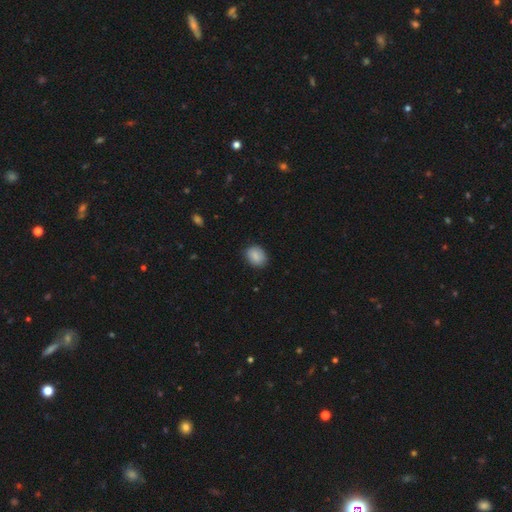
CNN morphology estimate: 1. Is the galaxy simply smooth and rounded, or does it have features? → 86% smooth, 7% star or artifact, 6% featured or disk.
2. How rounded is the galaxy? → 55% in between, 44% round, 1% cigar-shaped.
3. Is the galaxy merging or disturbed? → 83% none, 13% minor disturbance, 3% major disturbance, 1% merger.